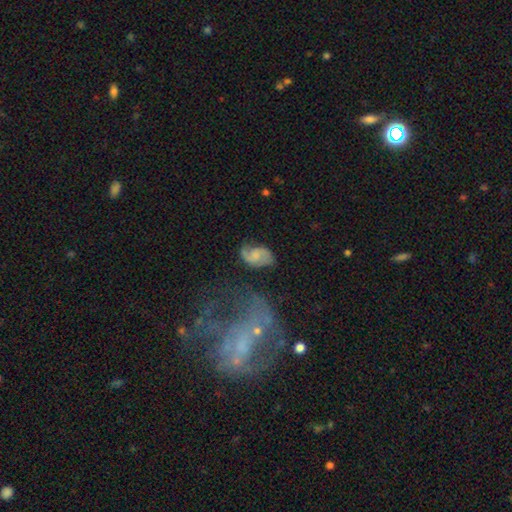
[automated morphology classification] smooth_or_featured: featured or disk (p=0.66) [alt: smooth p=0.26]
disk_edge_on: no (p=0.97) [alt: yes p=0.03]
bar: no (p=0.51) [alt: weak p=0.41]
has_spiral_arms: yes (p=0.92) [alt: no p=0.08]
spiral_winding: loose (p=0.42) [tied with: medium p=0.42]
spiral_arm_count: 2 (p=0.88) [alt: can't tell p=0.06]
bulge_size: none (p=0.48) [alt: small p=0.26]
merging: none (p=0.63) [alt: minor disturbance p=0.23]